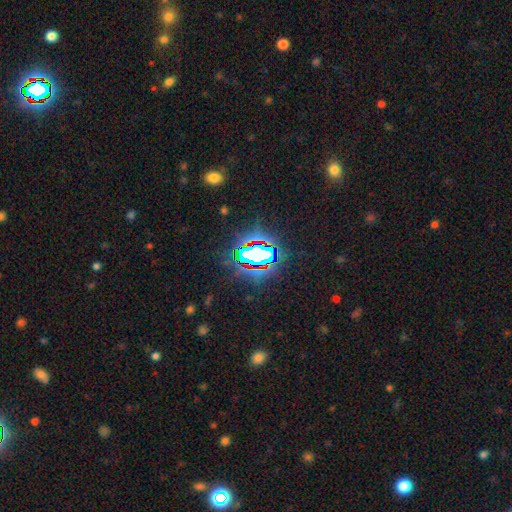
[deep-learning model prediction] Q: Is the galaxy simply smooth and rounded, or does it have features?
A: star or artifact — 74%.